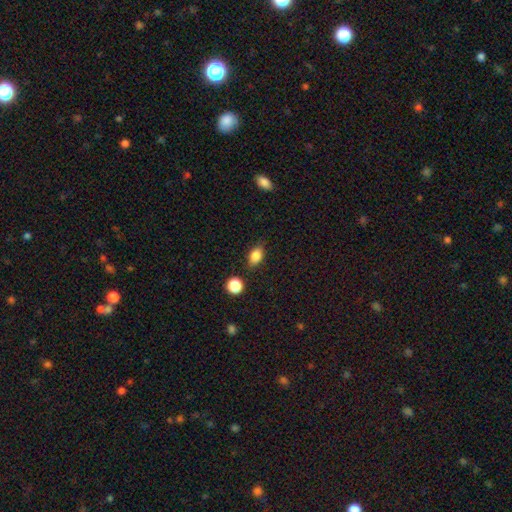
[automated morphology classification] smooth 84%, star or artifact 10%, featured or disk 6%. Down the decision tree: how rounded — in between (77%); merging — none (81%).